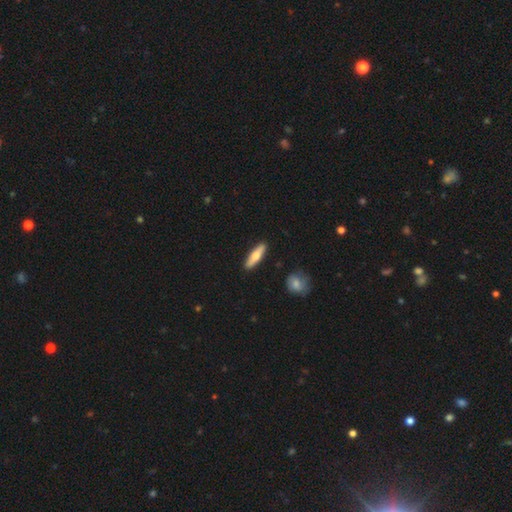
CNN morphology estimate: type=smooth (60%); roundness=cigar-shaped (66%); merging=none (90%).